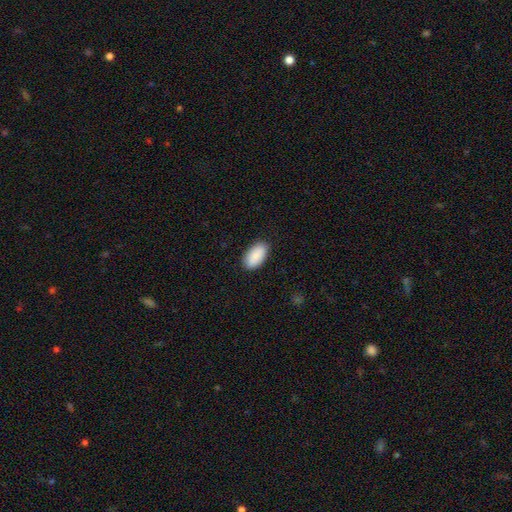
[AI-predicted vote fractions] This is clearly a smooth galaxy (90%). How rounded: clearly in between (95%). Merging: clearly none (88%).